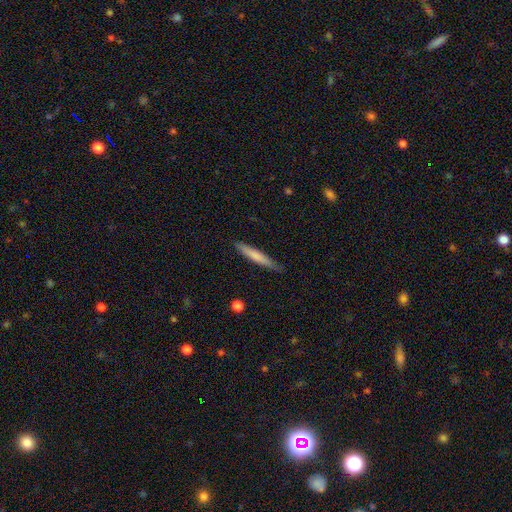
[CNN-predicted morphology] This appears to be a smooth galaxy with no disk features (69%) that is cigar-shaped (95%). Merging: none (85%).